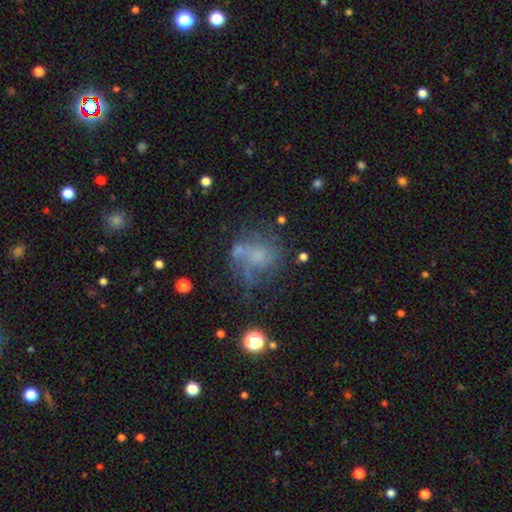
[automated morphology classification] Smooth or featured?
  - smooth: 43% *
  - featured or disk: 39%
  - star or artifact: 18%
Merging?
  - none: 41% *
  - major disturbance: 27%
  - minor disturbance: 21%
  - merger: 11%